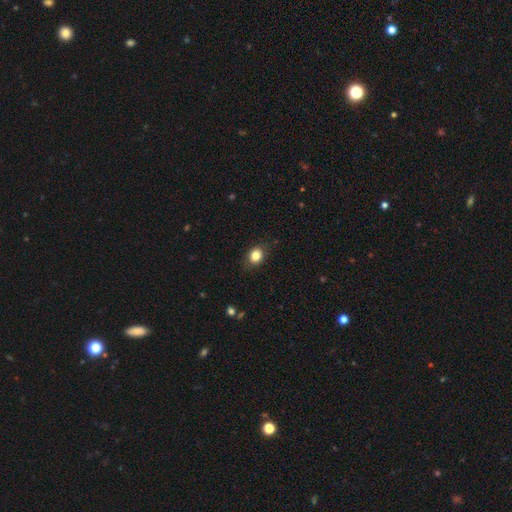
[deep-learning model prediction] Smooth or featured? smooth (83%)
How rounded? round (54%)
Merging? none (84%)